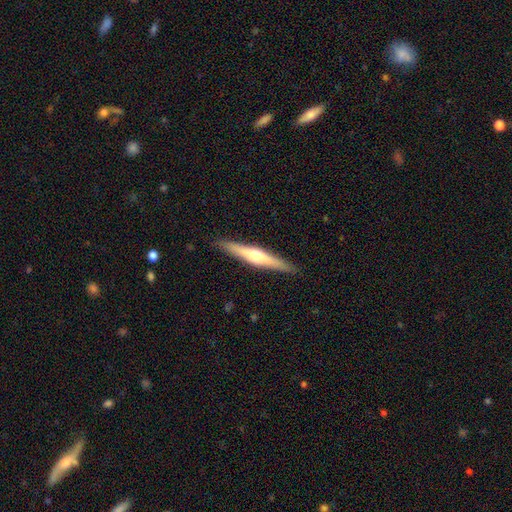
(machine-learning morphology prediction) smooth_or_featured: featured or disk (p=0.63) [alt: smooth p=0.32]
disk_edge_on: yes (p=0.97) [alt: no p=0.03]
edge_on_bulge: rounded (p=0.89) [alt: none p=0.06]
merging: none (p=0.91) [alt: minor disturbance p=0.07]